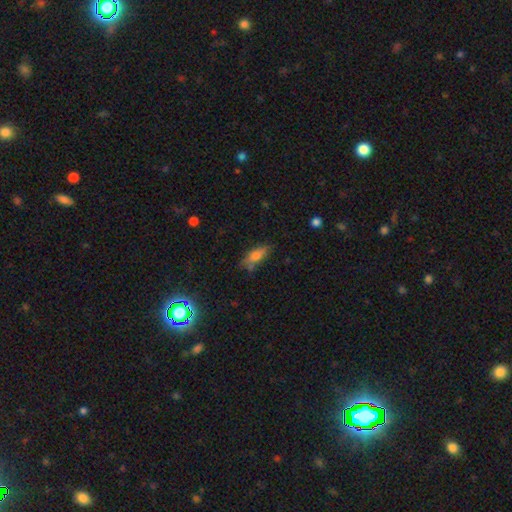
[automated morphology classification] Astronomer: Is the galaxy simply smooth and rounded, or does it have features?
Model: smooth — 72%.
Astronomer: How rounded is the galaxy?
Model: in between — 68%.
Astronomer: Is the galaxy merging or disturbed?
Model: none — 63%.